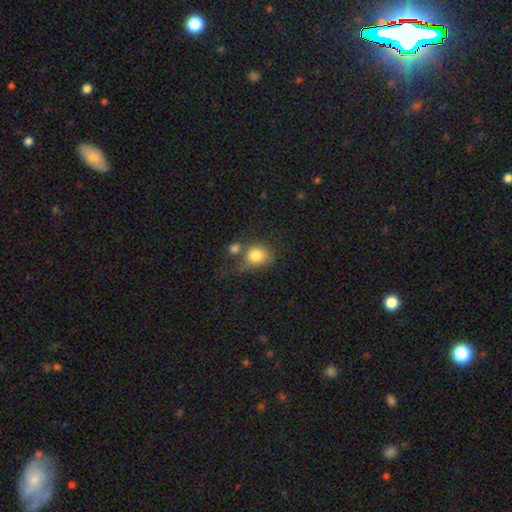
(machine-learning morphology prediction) smooth-or-featured: smooth: 80% | featured or disk: 10% | star or artifact: 10%
  how-rounded: round: 64% | in between: 35% | cigar-shaped: 1%
  merging: none: 36% | merger: 32% | minor disturbance: 18% | major disturbance: 14%